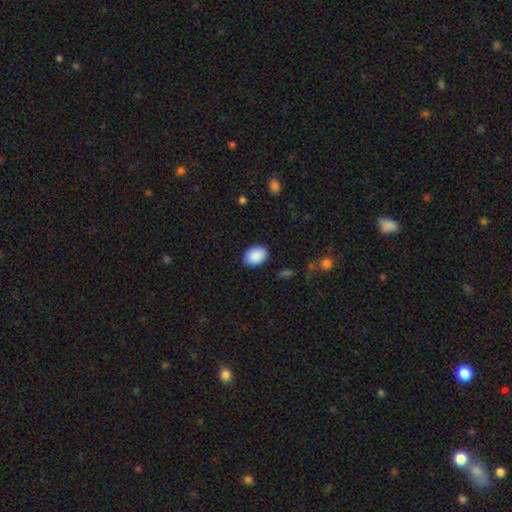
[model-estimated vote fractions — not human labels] A smooth galaxy with no disk features (91%) that is in between round and cigar-shaped (79%). Merging: none (87%).